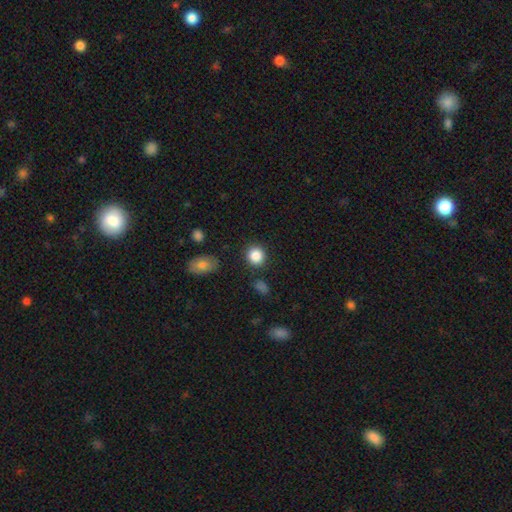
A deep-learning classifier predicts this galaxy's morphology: smooth_or_featured: smooth (p=0.86) [alt: star or artifact p=0.10]
how_rounded: round (p=0.87) [alt: in between p=0.12]
merging: none (p=0.87) [alt: minor disturbance p=0.07]